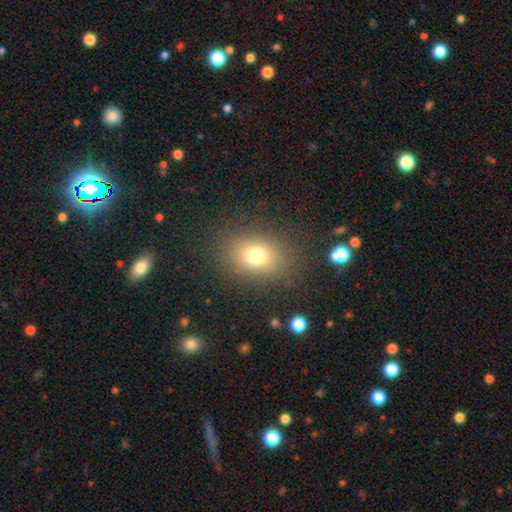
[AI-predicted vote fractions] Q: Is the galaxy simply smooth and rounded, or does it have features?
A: smooth — 74%.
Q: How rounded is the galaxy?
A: in between — 64%.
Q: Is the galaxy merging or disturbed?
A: none — 83%.